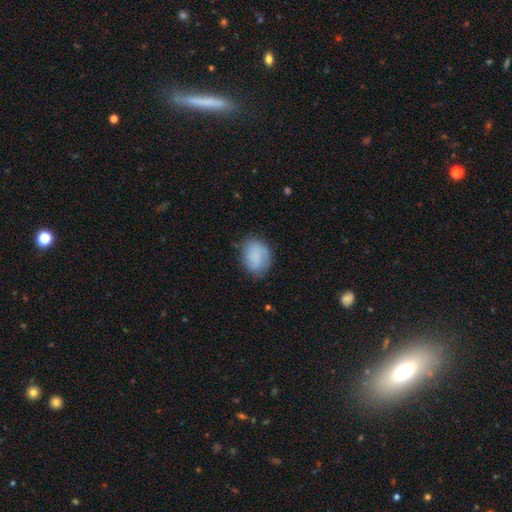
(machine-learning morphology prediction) Smooth or featured? smooth (75%)
How rounded? in between (63%)
Merging? none (67%)